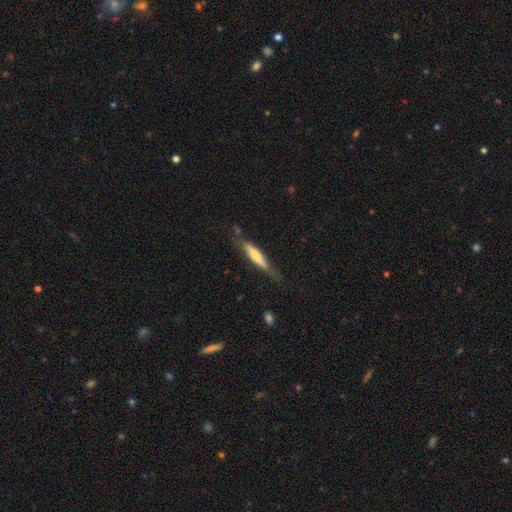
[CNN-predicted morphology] A smooth galaxy with no disk features (56%) that is cigar-shaped (86%).

Vote fractions:
- Smooth or featured? smooth: 56% / featured or disk: 38% / star or artifact: 5%
- How rounded? cigar-shaped: 86% / in between: 13% / round: 1%
- Merging? none: 68% / minor disturbance: 23% / major disturbance: 6% / merger: 3%